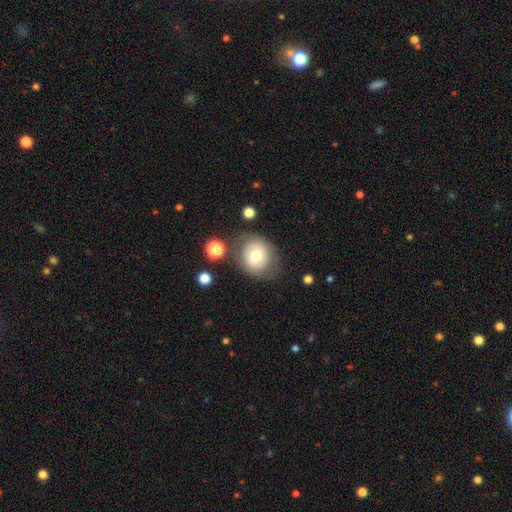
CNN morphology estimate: Smooth or featured: smooth — 63% (featured or disk — 27%)
How rounded: round — 75% (in between — 24%)
Merging: none — 70% (minor disturbance — 17%)